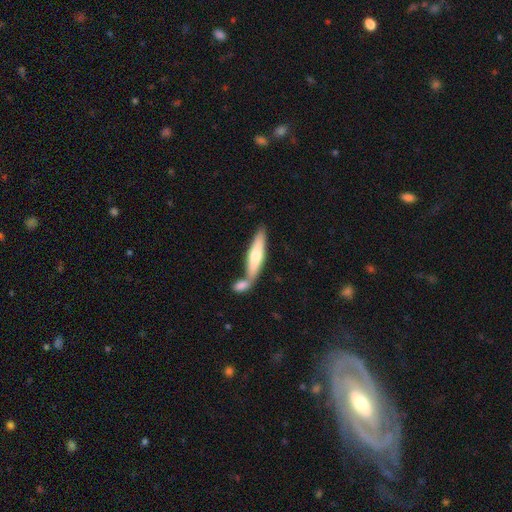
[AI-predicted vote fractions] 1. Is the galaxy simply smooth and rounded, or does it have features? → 59% smooth, 36% featured or disk, 5% star or artifact.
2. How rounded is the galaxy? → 75% cigar-shaped, 23% in between, 2% round.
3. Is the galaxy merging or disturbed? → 43% merger (tied), 43% none (tied), 11% minor disturbance, 4% major disturbance.